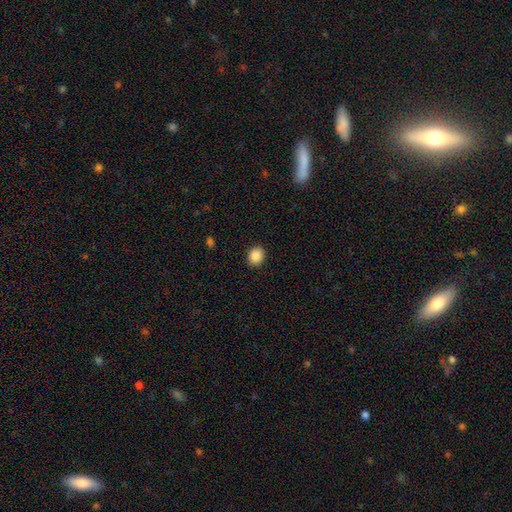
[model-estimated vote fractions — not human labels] This appears to be a smooth galaxy with no disk features (88%) that is round (69%). Merging: none (91%).